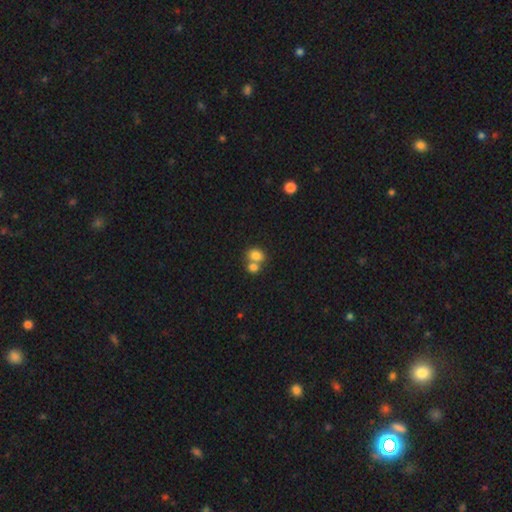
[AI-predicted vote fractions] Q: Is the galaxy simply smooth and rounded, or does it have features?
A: smooth — 80%.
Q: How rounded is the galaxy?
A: in between — 57%.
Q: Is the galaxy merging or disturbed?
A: merger — 57%.